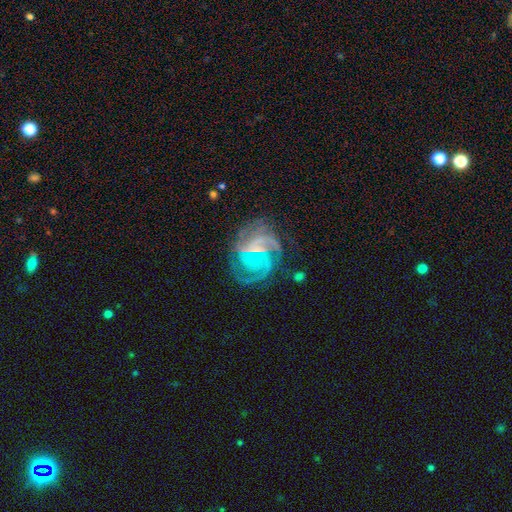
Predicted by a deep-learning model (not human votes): Smooth or featured? Predicted: featured or disk (p=0.83). Edge-on disk? Predicted: no (p=0.98). Bar? Predicted: weak (p=0.46). Spiral arms? Predicted: yes (p=0.96). Spiral winding? Predicted: tight (p=0.54). Spiral arm count? Predicted: 3 (p=0.28). Bulge size? Predicted: small (p=0.58). Merging? Predicted: none (p=0.65).